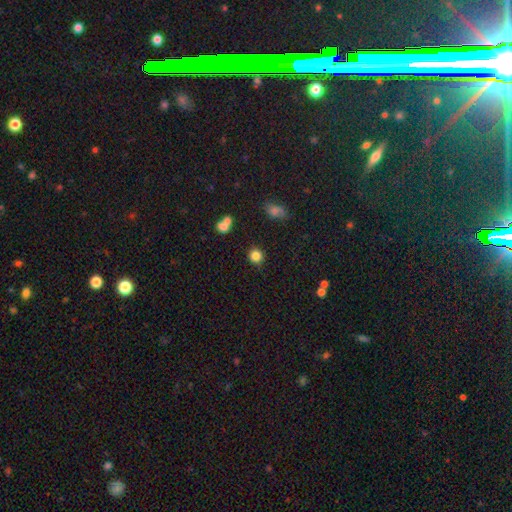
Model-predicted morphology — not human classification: A smooth galaxy with no disk features (83%) that is round (90%).

Vote fractions:
- Smooth or featured? smooth: 83% / star or artifact: 12% / featured or disk: 5%
- How rounded? round: 90% / in between: 9% / cigar-shaped: 1%
- Merging? none: 83% / minor disturbance: 9% / merger: 5% / major disturbance: 3%